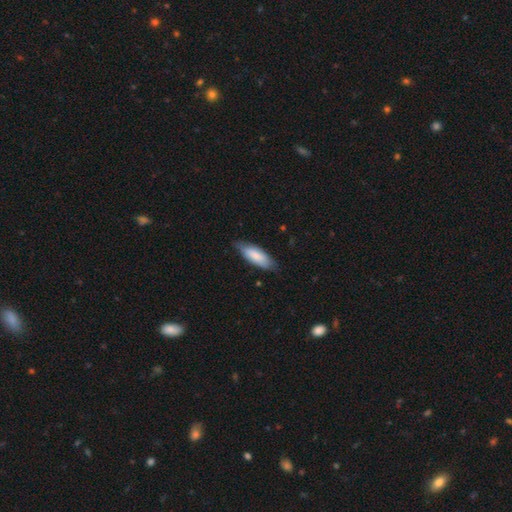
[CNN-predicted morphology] type=smooth (77%); roundness=in between (64%); merging=none (74%).